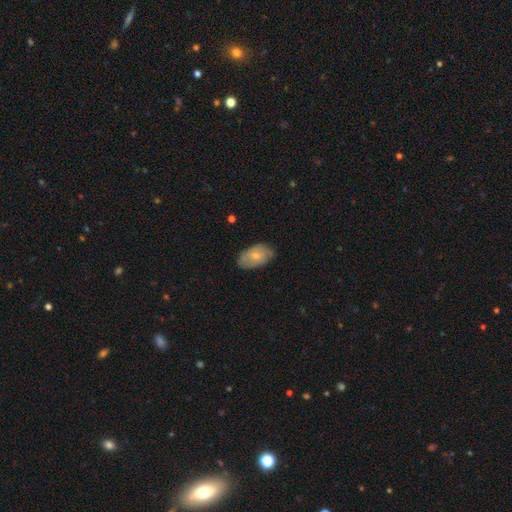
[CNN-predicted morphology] Smooth or featured? Predicted: smooth (p=0.67). How rounded? Predicted: in between (p=0.92). Merging? Predicted: none (p=0.73).